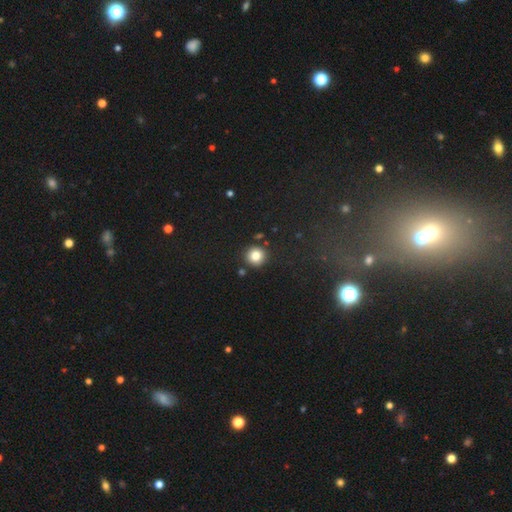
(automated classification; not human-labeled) Smooth or featured? Predicted: smooth (p=0.82). How rounded? Predicted: round (p=0.94). Merging? Predicted: none (p=0.88).